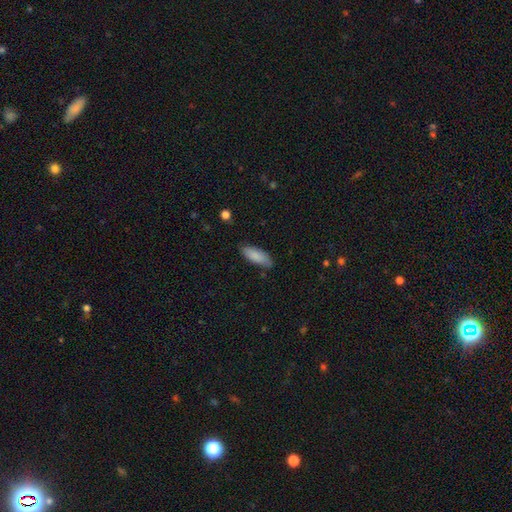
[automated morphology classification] A smooth galaxy with no disk features (87%) that is in between round and cigar-shaped (72%). Merging: none (80%).